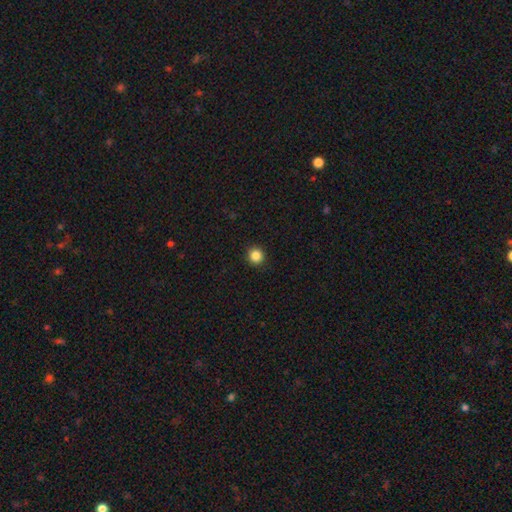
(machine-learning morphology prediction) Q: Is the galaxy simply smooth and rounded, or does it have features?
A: smooth — 86%.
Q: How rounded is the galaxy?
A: round — 94%.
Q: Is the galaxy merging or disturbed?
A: none — 93%.